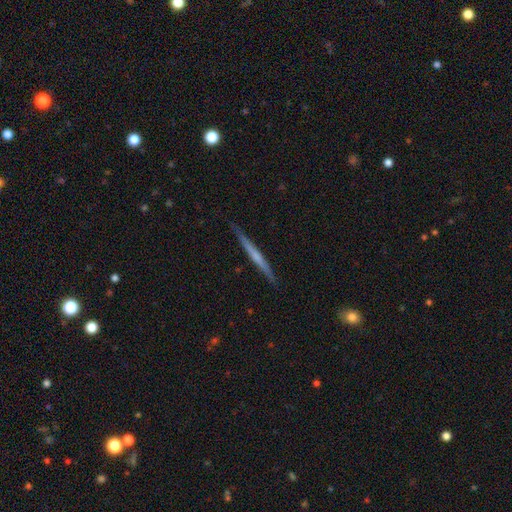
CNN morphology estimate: Overall: featured or disk (57%; smooth 38%). Edge-on disk: yes (97%). Edge-on bulge: none (71%). Merging: none (89%).